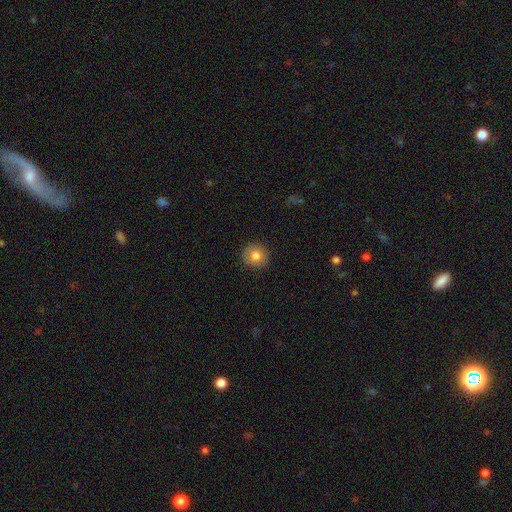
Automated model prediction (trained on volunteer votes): The model was most divided on "smooth or featured": smooth: 80%, featured or disk: 11%, star or artifact: 9%. More confident: how rounded — round (91%); merging — none (89%).